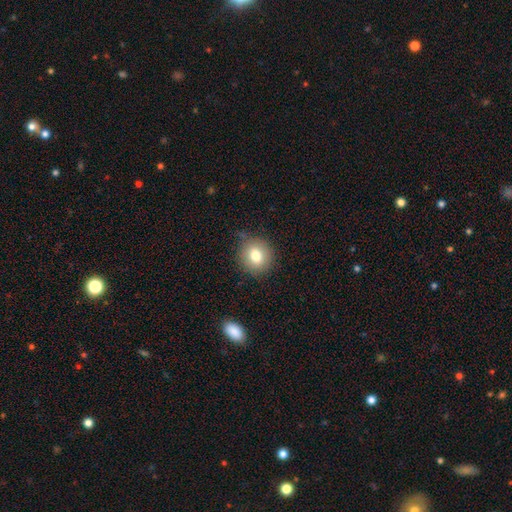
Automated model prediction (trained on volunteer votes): Smooth or featured? Predicted: smooth (p=0.78). How rounded? Predicted: round (p=0.82). Merging? Predicted: none (p=0.82).